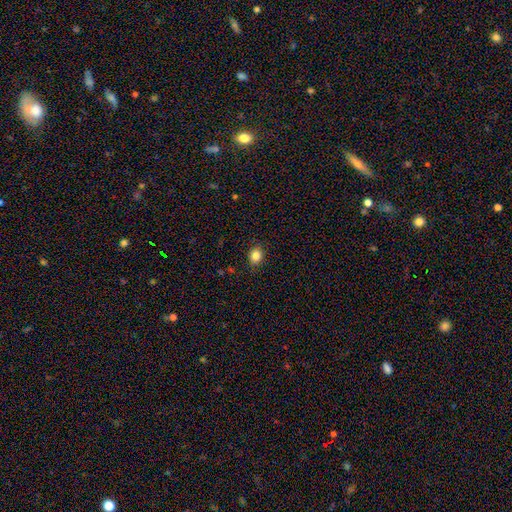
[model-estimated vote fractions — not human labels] smooth 85%, star or artifact 11%, featured or disk 5%. Down the decision tree: how rounded — round (52%); merging — none (88%).